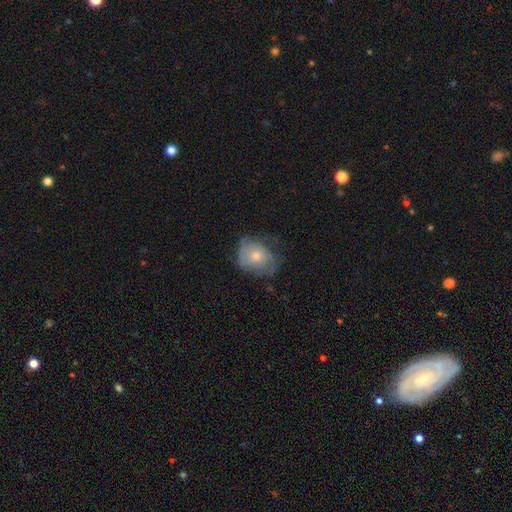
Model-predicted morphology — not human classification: Q: Smooth or featured?
A: smooth (49%); runner-up: featured or disk (41%)
Q: Merging?
A: none (51%); runner-up: minor disturbance (31%)